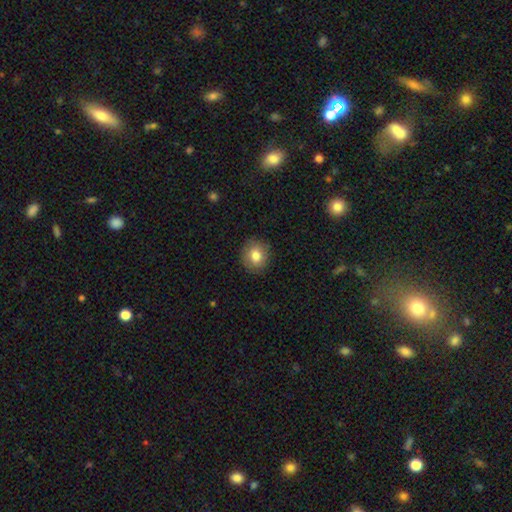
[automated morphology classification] A smooth galaxy with no disk features (80%) that is round (79%).

Vote fractions:
- Smooth or featured? smooth: 80% / featured or disk: 11% / star or artifact: 9%
- How rounded? round: 79% / in between: 20% / cigar-shaped: 1%
- Merging? none: 87% / minor disturbance: 10% / major disturbance: 2% / merger: 1%